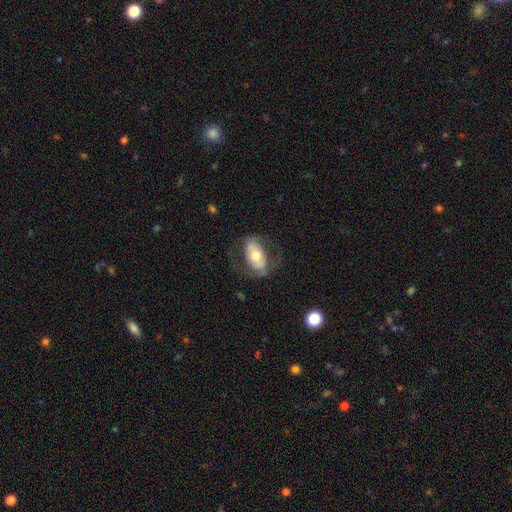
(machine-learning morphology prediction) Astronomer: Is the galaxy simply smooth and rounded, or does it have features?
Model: featured or disk — 49% (runner-up: smooth, 44%).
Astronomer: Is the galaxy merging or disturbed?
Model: none — 67%.